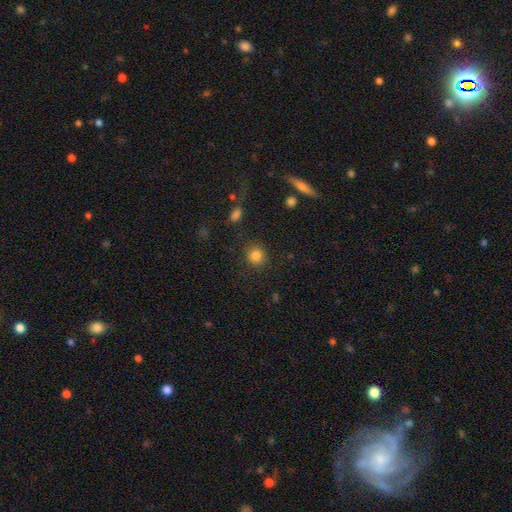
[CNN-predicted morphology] type=smooth (83%); roundness=round (89%); merging=none (86%).